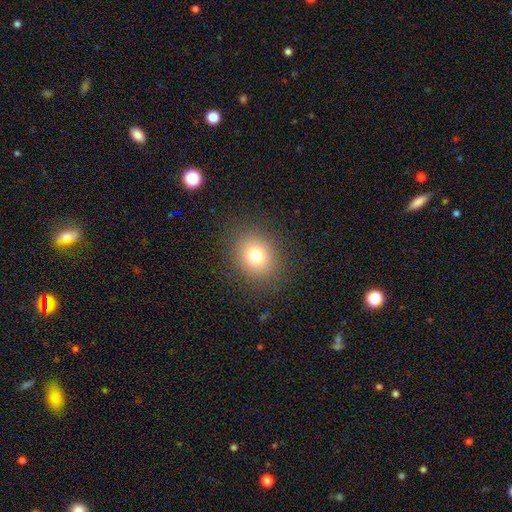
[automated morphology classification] Smooth or featured: smooth — 76% (star or artifact — 14%)
How rounded: round — 72% (in between — 27%)
Merging: none — 87% (minor disturbance — 8%)